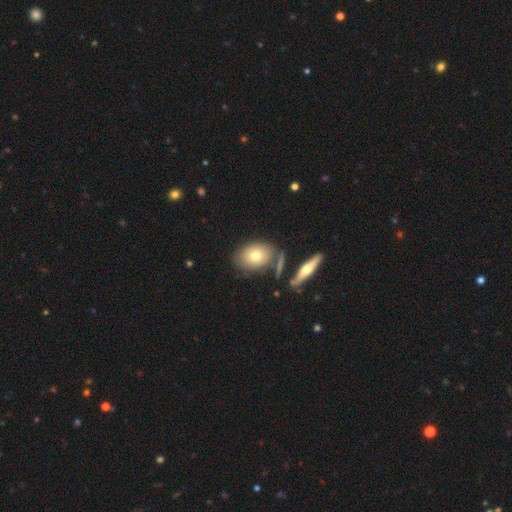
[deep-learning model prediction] smooth_or_featured: smooth (p=0.68) [alt: featured or disk p=0.25]
how_rounded: in between (p=0.74) [alt: round p=0.23]
merging: none (p=0.68) [alt: merger p=0.14]